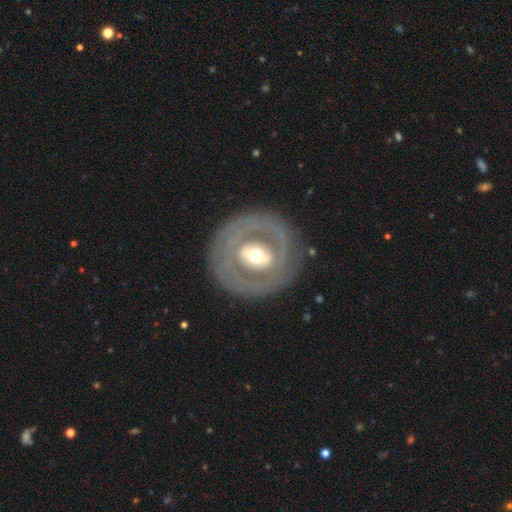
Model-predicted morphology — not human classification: A featured or disk galaxy (70%) with a weak bar (36%), no spiral arms (67%) and a moderate central bulge (65%). Merging: none (82%).